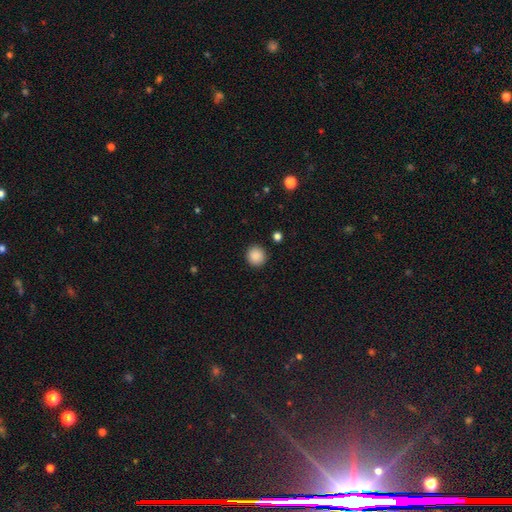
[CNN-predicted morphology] Overall: smooth (88%). How rounded: round (92%). Merging: none (91%).